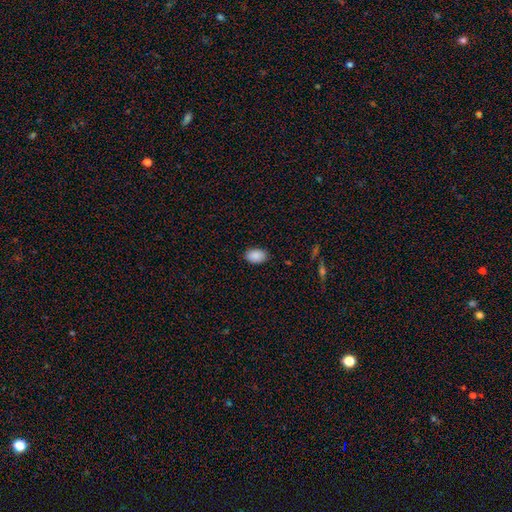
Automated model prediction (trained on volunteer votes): This appears to be a smooth galaxy with no disk features (90%) that is in between round and cigar-shaped (86%). Merging: none (87%).